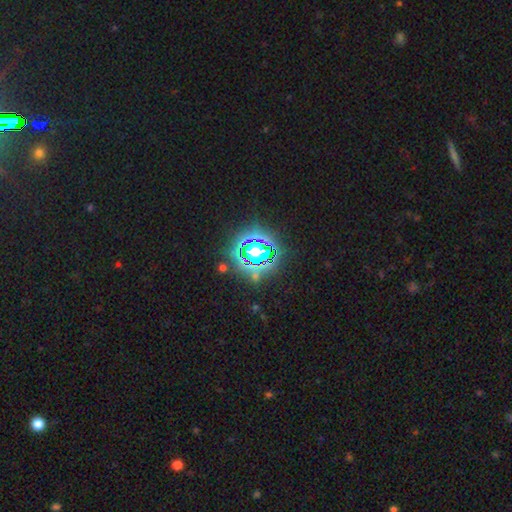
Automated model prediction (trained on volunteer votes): Smooth or featured?
  - star or artifact: 80% *
  - smooth: 13%
  - featured or disk: 7%